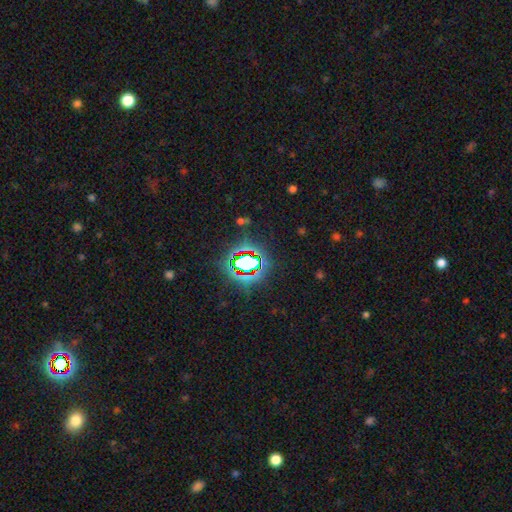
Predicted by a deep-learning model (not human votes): smooth-or-featured: star or artifact: 79% | smooth: 13% | featured or disk: 8%